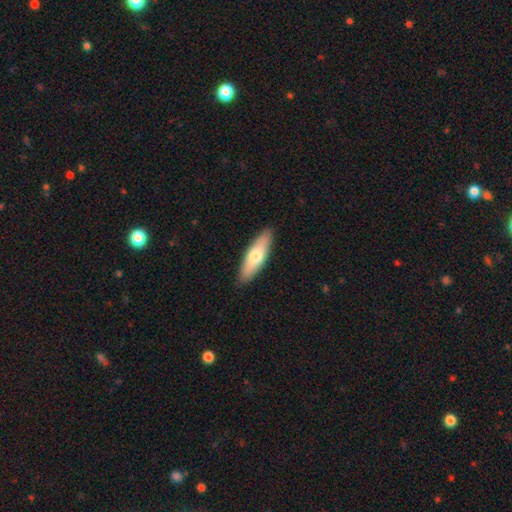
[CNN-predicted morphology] This is likely a smooth galaxy (67%). How rounded: possibly cigar-shaped (52%). Merging: clearly none (89%).